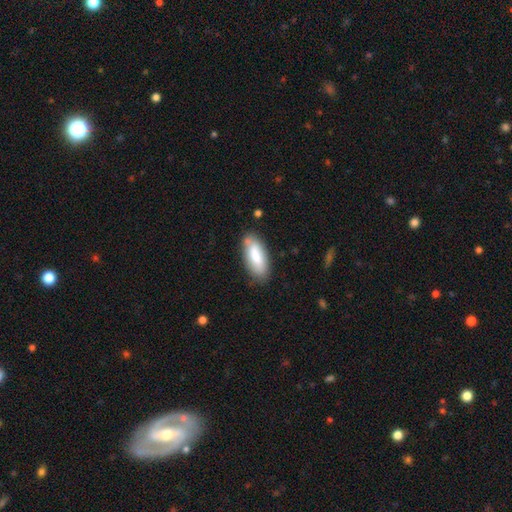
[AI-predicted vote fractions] A smooth galaxy with no disk features (77%) that is in between round and cigar-shaped (78%).

Vote fractions:
- Smooth or featured? smooth: 77% / featured or disk: 17% / star or artifact: 6%
- How rounded? in between: 78% / cigar-shaped: 20% / round: 2%
- Merging? none: 77% / minor disturbance: 16% / major disturbance: 4% / merger: 3%